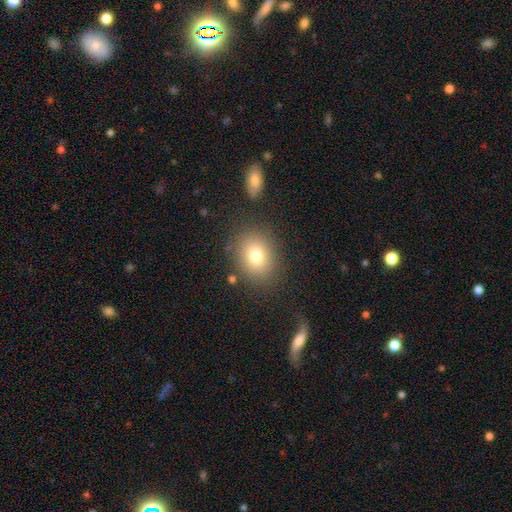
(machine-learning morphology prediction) Q: Smooth or featured?
A: smooth (78%); runner-up: star or artifact (11%)
Q: How rounded?
A: round (53%); runner-up: in between (46%)
Q: Merging?
A: none (81%); runner-up: minor disturbance (10%)